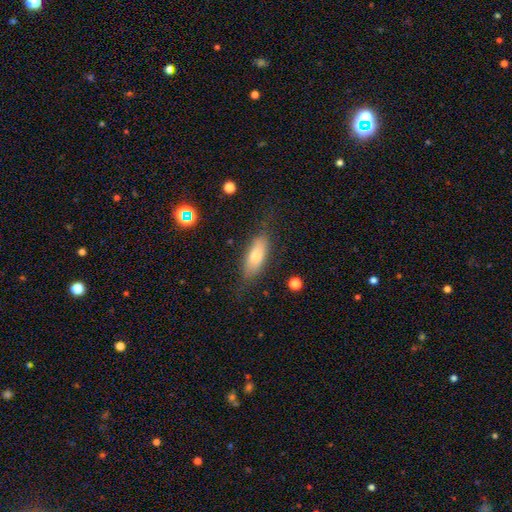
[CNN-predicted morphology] Q: Smooth or featured?
A: smooth (69%); runner-up: featured or disk (23%)
Q: How rounded?
A: in between (73%); runner-up: cigar-shaped (24%)
Q: Merging?
A: none (74%); runner-up: minor disturbance (18%)